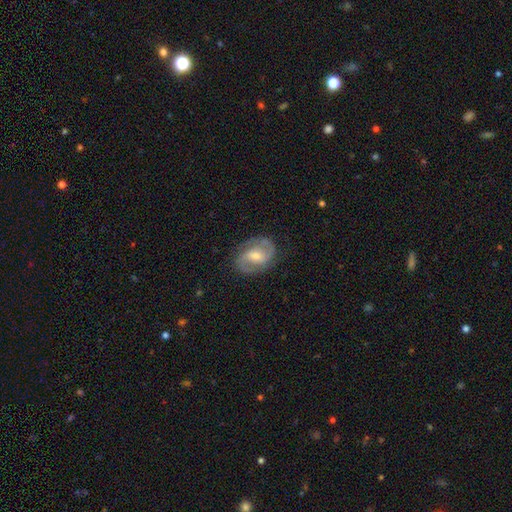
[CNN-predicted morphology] type=featured or disk (82%); edge-on=no (97%); bar=weak (51%); spiral arms=yes (95%); winding=medium (54%); arm count=2 (91%); bulge=moderate (51%); merging=none (81%).